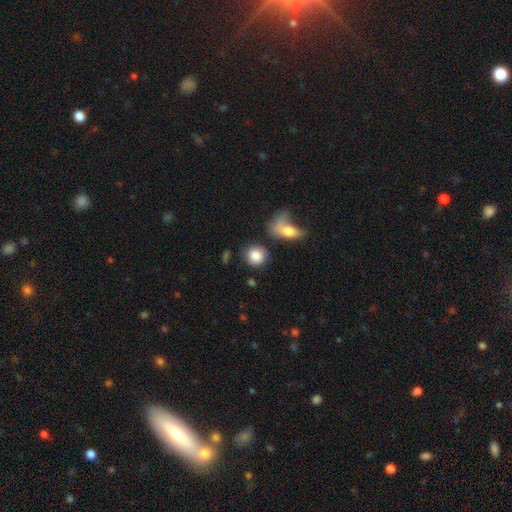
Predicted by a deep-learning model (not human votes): smooth-or-featured: smooth: 85% | star or artifact: 8% | featured or disk: 8%
  how-rounded: round: 80% | in between: 18% | cigar-shaped: 2%
  merging: none: 66% | minor disturbance: 14% | merger: 13% | major disturbance: 7%